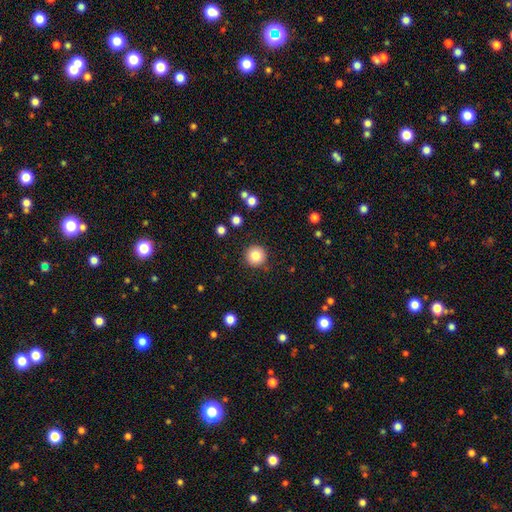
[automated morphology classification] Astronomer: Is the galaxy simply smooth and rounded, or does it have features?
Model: smooth — 84%.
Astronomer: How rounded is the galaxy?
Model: round — 95%.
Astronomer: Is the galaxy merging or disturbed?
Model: none — 89%.